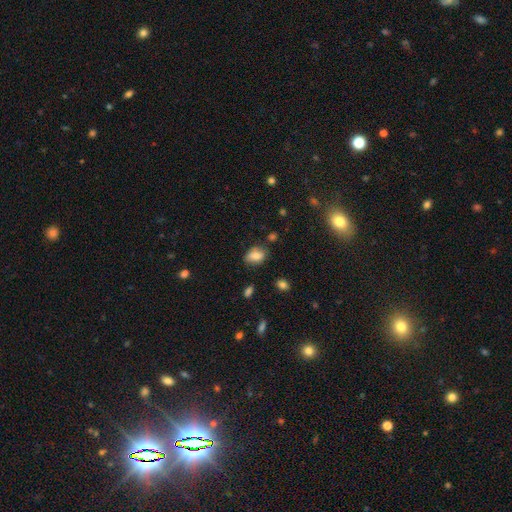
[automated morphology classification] type=smooth (80%); roundness=in between (81%); merging=none (73%).